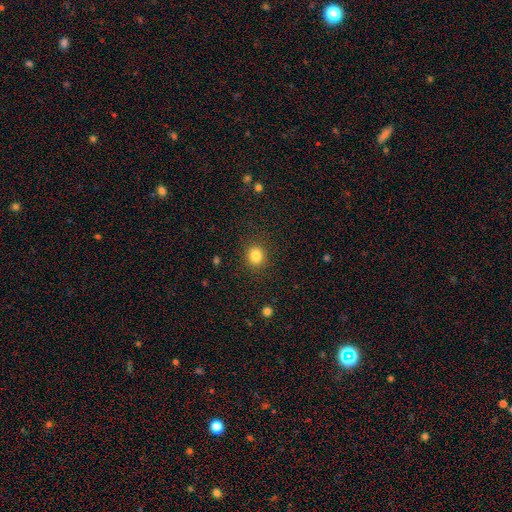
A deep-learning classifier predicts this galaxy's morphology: Smooth or featured? smooth (83%)
How rounded? round (80%)
Merging? none (89%)